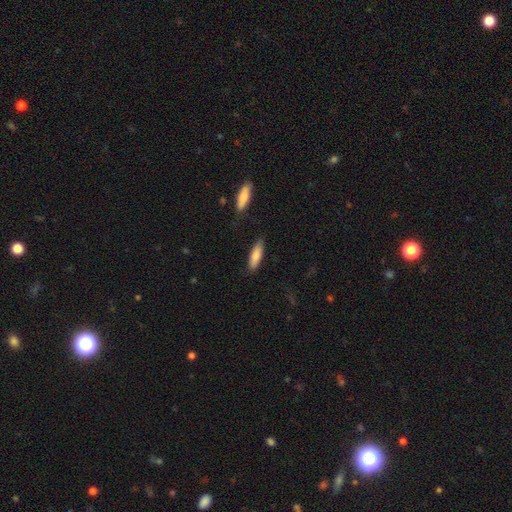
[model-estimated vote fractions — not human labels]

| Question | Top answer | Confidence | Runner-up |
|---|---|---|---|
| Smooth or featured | smooth | 83% | featured or disk (11%) |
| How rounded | cigar-shaped | 53% | in between (45%) |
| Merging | none | 83% | minor disturbance (12%) |